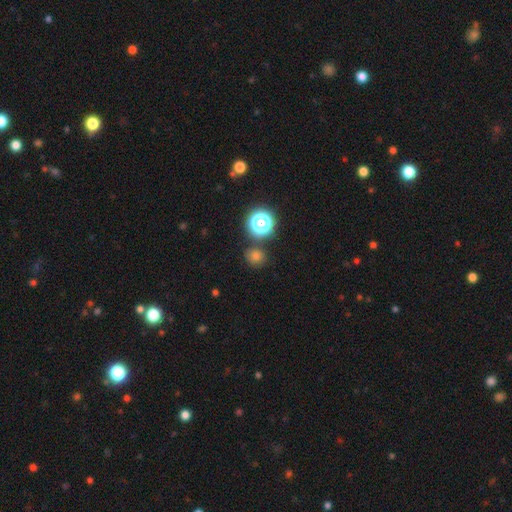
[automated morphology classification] Smooth or featured: smooth — 67% (star or artifact — 27%)
How rounded: round — 86% (in between — 13%)
Merging: none — 81% (minor disturbance — 9%)